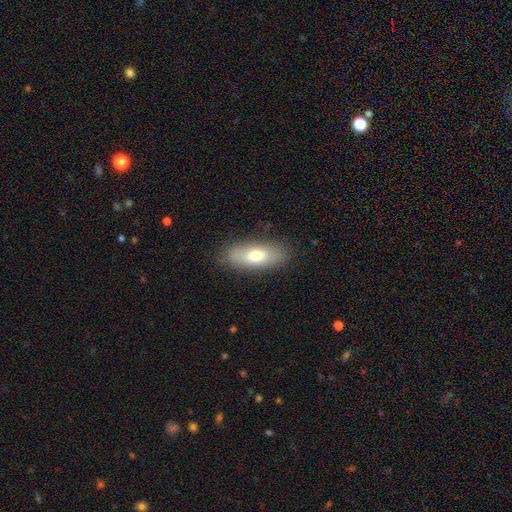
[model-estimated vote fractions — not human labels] Smooth or featured? smooth (73%)
How rounded? in between (76%)
Merging? none (84%)